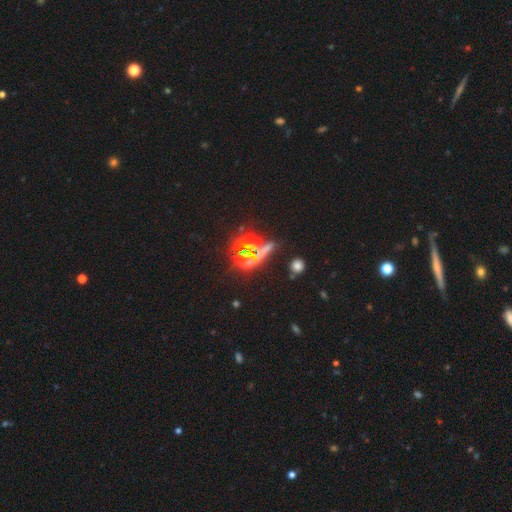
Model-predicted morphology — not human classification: Smooth or featured?
  - star or artifact: 66% *
  - smooth: 22%
  - featured or disk: 13%